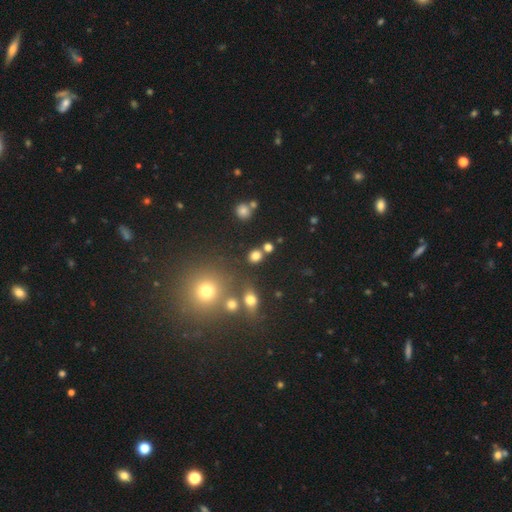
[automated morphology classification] Smooth or featured? smooth (75%)
How rounded? round (69%)
Merging? none (75%)